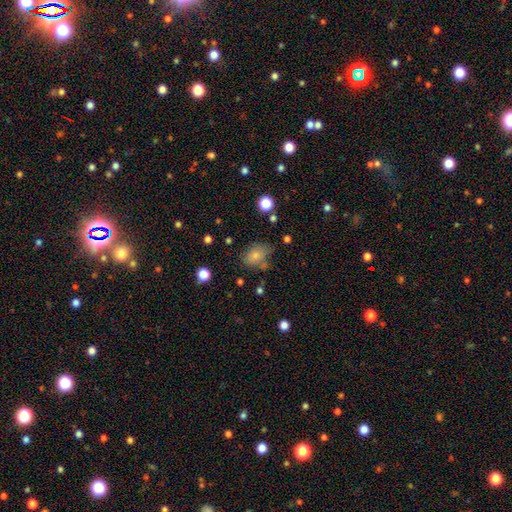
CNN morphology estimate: Q: Smooth or featured?
A: smooth (79%); runner-up: featured or disk (11%)
Q: How rounded?
A: in between (72%); runner-up: round (27%)
Q: Merging?
A: none (61%); runner-up: minor disturbance (23%)